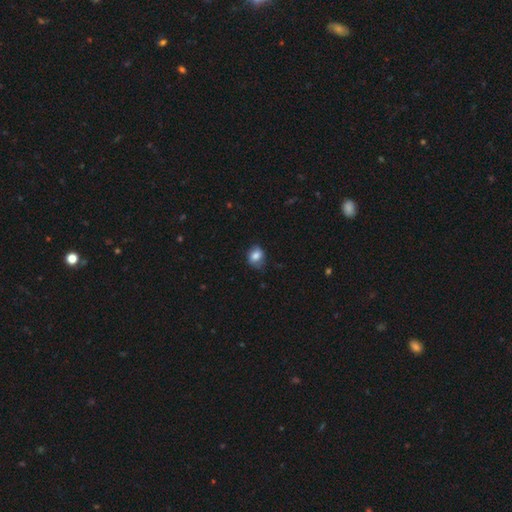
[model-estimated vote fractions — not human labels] The model was most divided on "how rounded": in between: 57%, round: 42%, cigar-shaped: 1%. More confident: smooth or featured — smooth (79%); merging — none (65%).